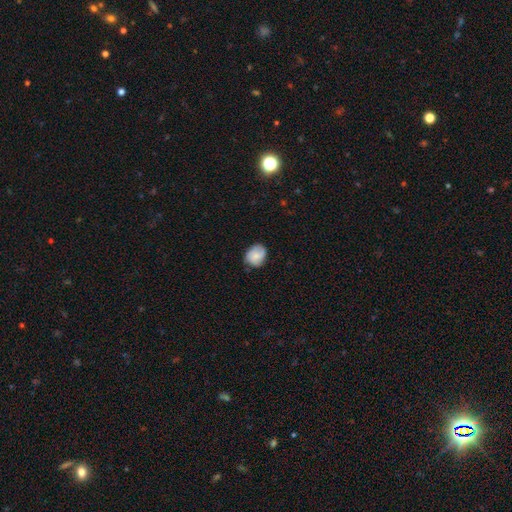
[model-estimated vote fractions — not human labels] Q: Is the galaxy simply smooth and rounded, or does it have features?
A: smooth — 70%.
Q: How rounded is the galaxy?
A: round — 60%.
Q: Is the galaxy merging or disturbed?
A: none — 71%.